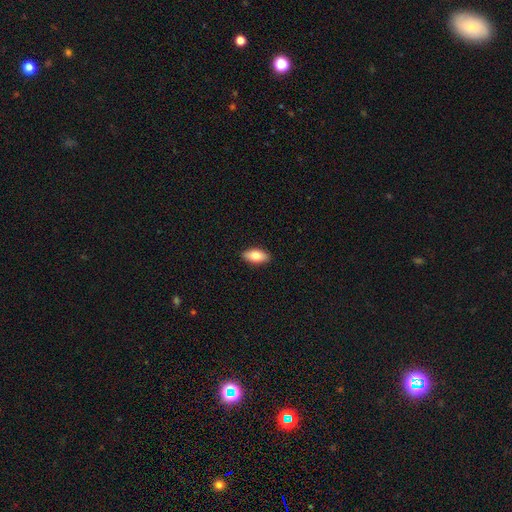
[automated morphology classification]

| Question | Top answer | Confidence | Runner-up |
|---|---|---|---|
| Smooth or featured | smooth | 80% | featured or disk (13%) |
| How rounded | in between | 90% | cigar-shaped (7%) |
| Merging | none | 90% | minor disturbance (7%) |